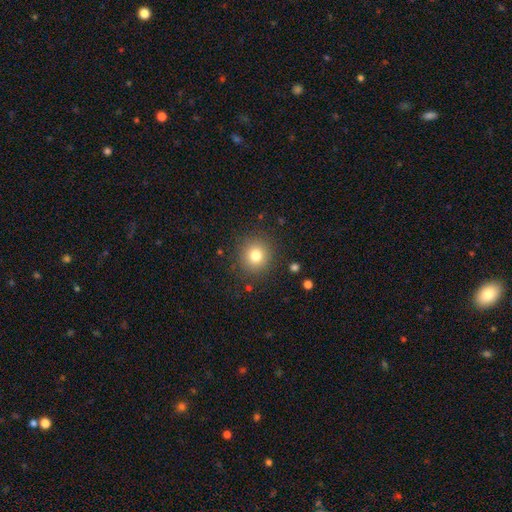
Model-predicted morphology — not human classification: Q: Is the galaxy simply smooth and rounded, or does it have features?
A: smooth — 79%.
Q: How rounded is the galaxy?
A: round — 90%.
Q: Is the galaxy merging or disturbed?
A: none — 88%.